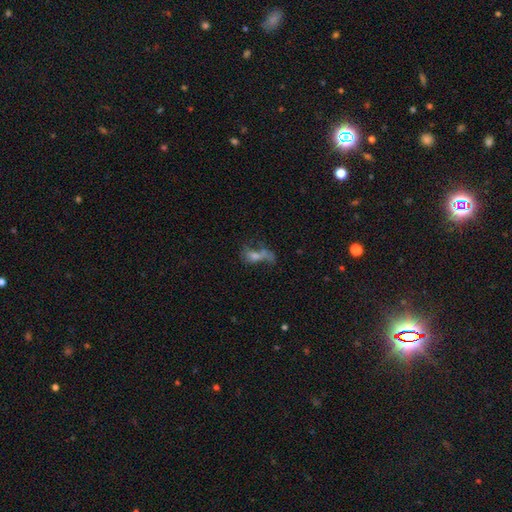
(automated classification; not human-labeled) Q: Smooth or featured?
A: featured or disk (39%); runner-up: smooth (37%)
Q: Merging?
A: major disturbance (31%); runner-up: merger (28%)